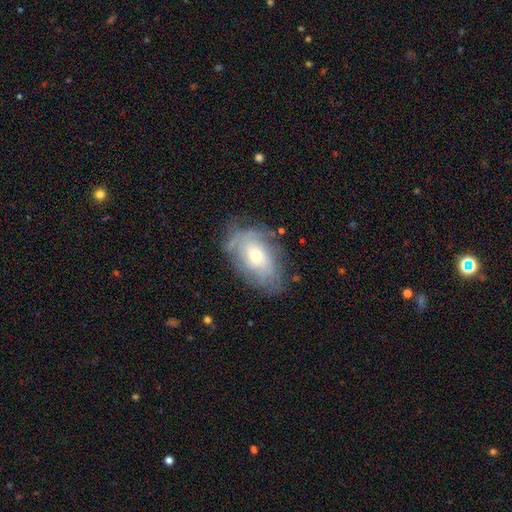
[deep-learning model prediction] Q: Smooth or featured?
A: featured or disk (62%); runner-up: smooth (29%)
Q: Edge-on disk?
A: no (93%); runner-up: yes (7%)
Q: Bar?
A: no (79%); runner-up: weak (17%)
Q: Spiral arms?
A: yes (73%); runner-up: no (27%)
Q: Bulge size?
A: small (48%); runner-up: moderate (47%)
Q: Merging?
A: none (65%); runner-up: minor disturbance (23%)